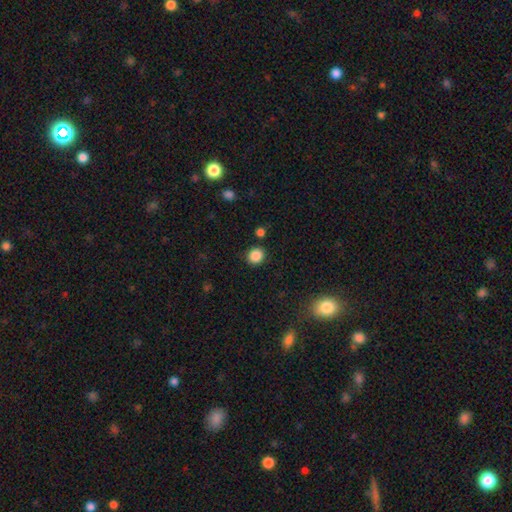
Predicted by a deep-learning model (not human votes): Smooth or featured?
  - smooth: 86% *
  - star or artifact: 11%
  - featured or disk: 3%
How rounded?
  - round: 85% *
  - in between: 15%
  - cigar-shaped: 1%
Merging?
  - none: 87% *
  - minor disturbance: 7%
  - merger: 3%
  - major disturbance: 3%